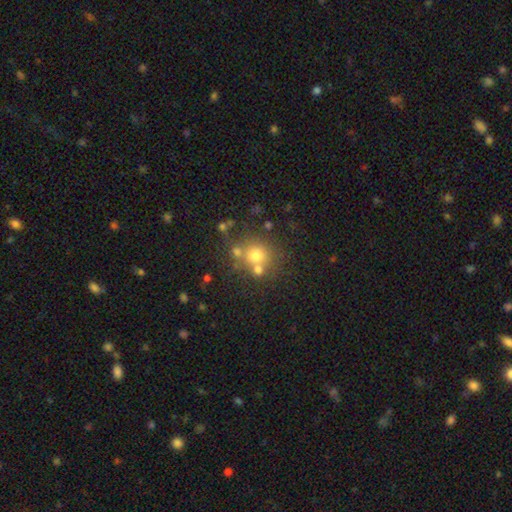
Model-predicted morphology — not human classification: This appears to be a smooth galaxy with no disk features (68%) that is round (87%). Merging: none (60%).